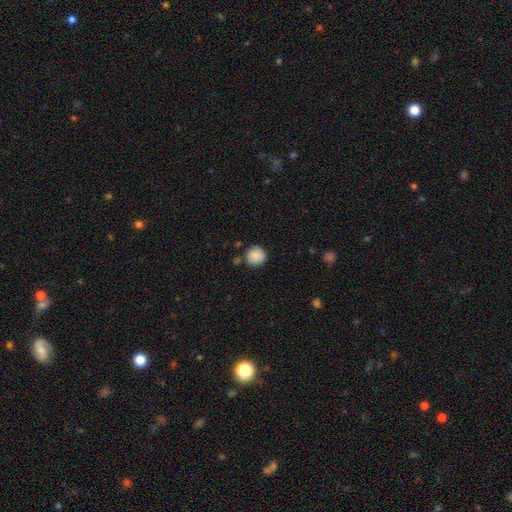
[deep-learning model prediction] This appears to be a smooth galaxy with no disk features (88%) that is round (92%). Merging: none (79%).